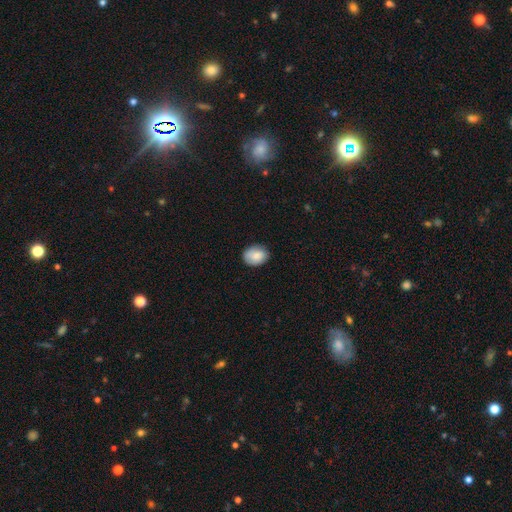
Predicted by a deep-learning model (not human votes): Smooth or featured? smooth (81%)
How rounded? in between (61%)
Merging? none (78%)